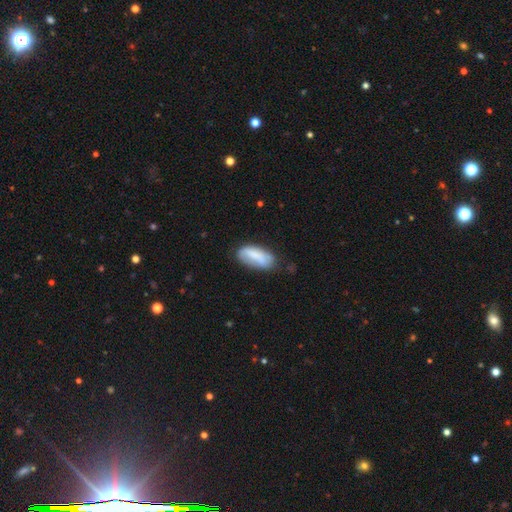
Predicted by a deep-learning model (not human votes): A smooth galaxy with no disk features (74%) that is in between round and cigar-shaped (84%).

Vote fractions:
- Smooth or featured? smooth: 74% / featured or disk: 19% / star or artifact: 7%
- How rounded? in between: 84% / cigar-shaped: 13% / round: 2%
- Merging? none: 59% / minor disturbance: 29% / major disturbance: 9% / merger: 3%